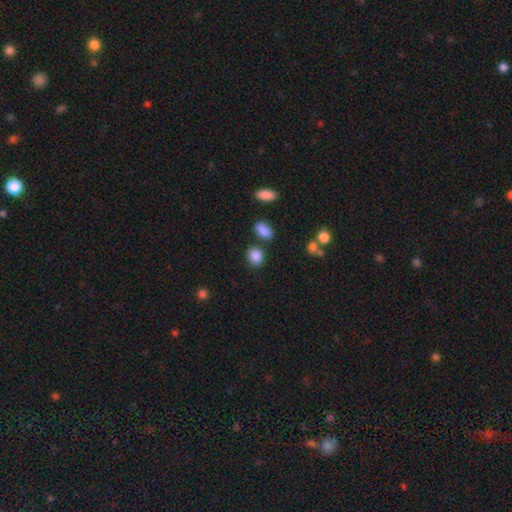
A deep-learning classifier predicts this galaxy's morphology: Smooth or featured? smooth (87%)
How rounded? round (66%)
Merging? none (78%)